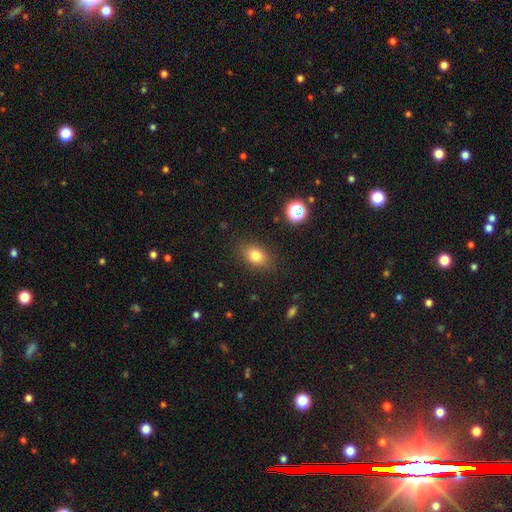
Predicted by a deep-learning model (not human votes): A smooth galaxy with no disk features (80%) that is in between round and cigar-shaped (77%).

Vote fractions:
- Smooth or featured? smooth: 80% / star or artifact: 11% / featured or disk: 9%
- How rounded? in between: 77% / round: 21% / cigar-shaped: 2%
- Merging? none: 85% / minor disturbance: 10% / major disturbance: 3% / merger: 1%